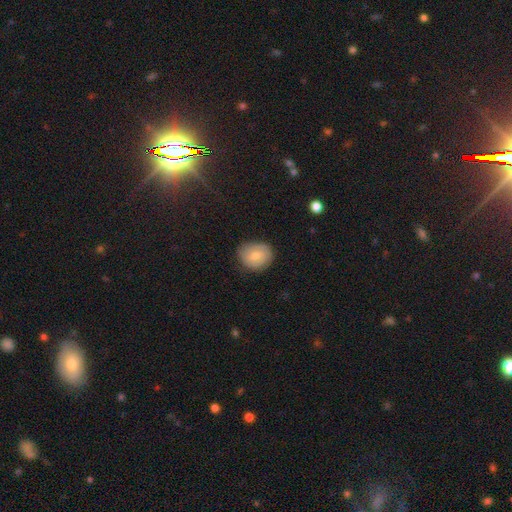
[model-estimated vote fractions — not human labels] The model was most divided on "smooth or featured": smooth: 58%, featured or disk: 35%, star or artifact: 7%. More confident: merging — none (77%); how rounded — round (62%).